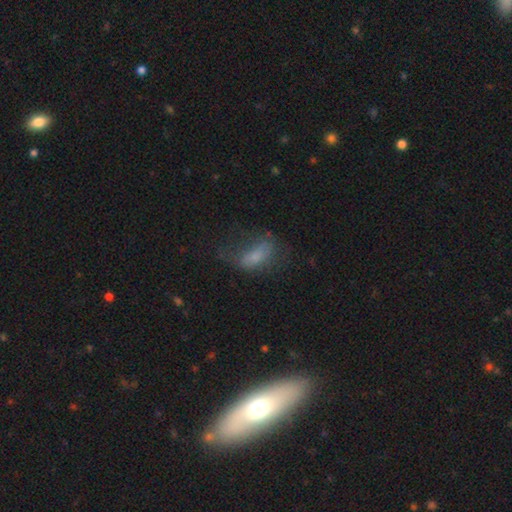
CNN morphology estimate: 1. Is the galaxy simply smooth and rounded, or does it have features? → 62% smooth, 24% featured or disk, 14% star or artifact.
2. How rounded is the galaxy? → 81% in between, 15% cigar-shaped, 5% round.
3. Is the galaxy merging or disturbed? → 37% major disturbance, 35% none, 25% minor disturbance, 3% merger.